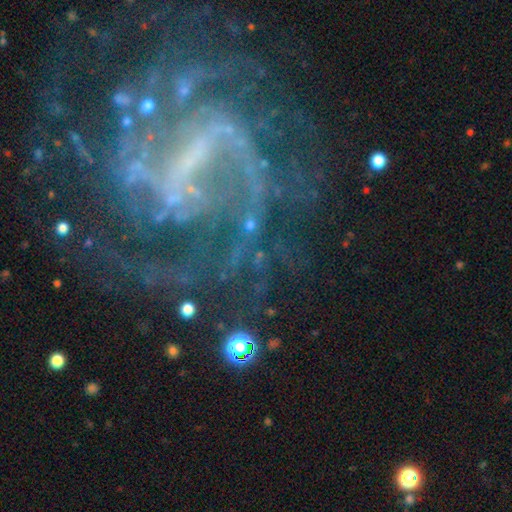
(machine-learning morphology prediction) A featured or disk galaxy (73%) with a strong bar (39%), 2 (35%) tight (40%, tied with medium) spiral arms (85%) and a small central bulge (50%).

Vote fractions:
- Smooth or featured? featured or disk: 73% / star or artifact: 18% / smooth: 9%
- Edge-on disk? no: 96% / yes: 4%
- Bar? strong: 39% / weak: 32% / no: 30%
- Spiral arms? yes: 85% / no: 15%
- Spiral winding? tight: 40% (tied) / medium: 40% (tied) / loose: 20%
- Spiral arm count? 2: 35% / can't tell: 25% / 3: 12% / 1: 10% / 4: 9% / more than 4: 9%
- Bulge size? small: 50% / none: 26% / moderate: 17% / large: 4% / dominant: 2%
- Merging? none: 61% / major disturbance: 20% / minor disturbance: 15% / merger: 4%